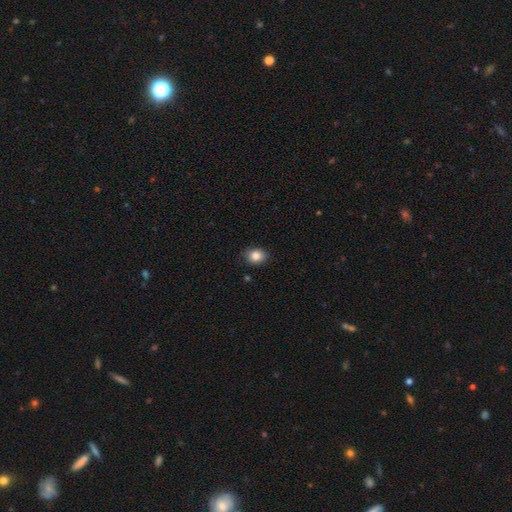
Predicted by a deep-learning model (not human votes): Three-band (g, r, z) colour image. It shows a smooth galaxy with no disk features (85%) that is in between round and cigar-shaped (50%). Merging: none (84%).